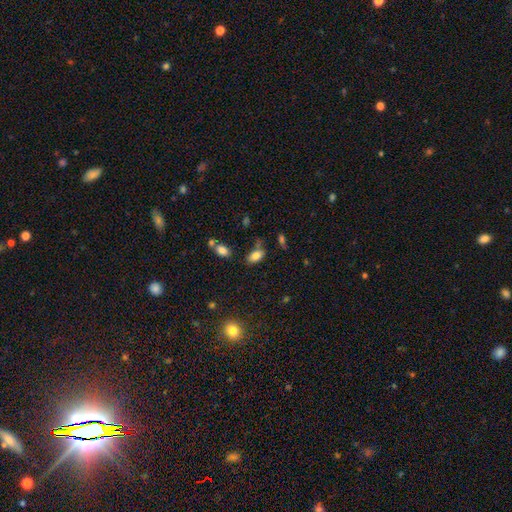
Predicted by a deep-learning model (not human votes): Morphology: type=smooth (80%); roundness=in between (91%); merging=none (70%).